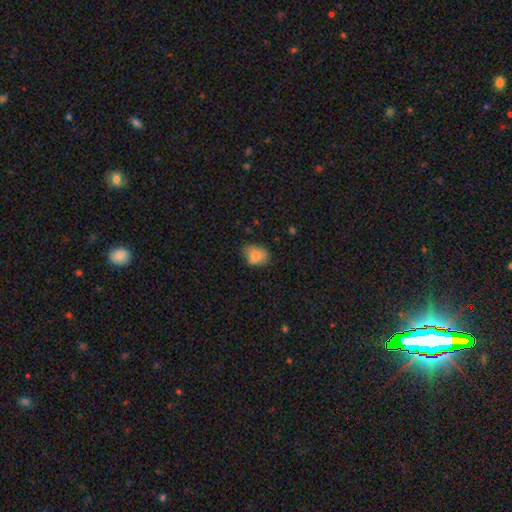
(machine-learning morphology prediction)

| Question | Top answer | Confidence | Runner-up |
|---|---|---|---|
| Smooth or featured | smooth | 80% | featured or disk (11%) |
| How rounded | in between | 65% | round (34%) |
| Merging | none | 59% | minor disturbance (31%) |